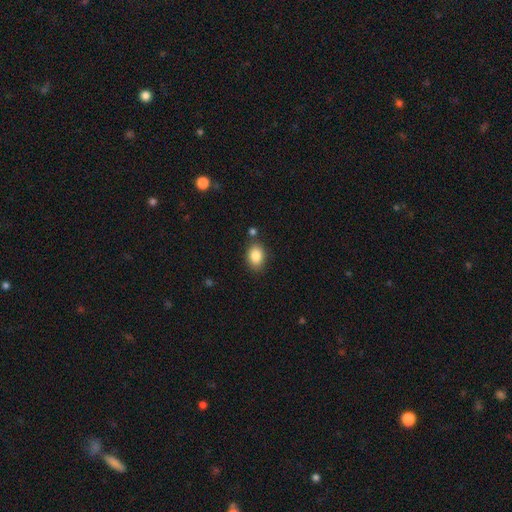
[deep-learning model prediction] A smooth galaxy with no disk features (86%) that is in between round and cigar-shaped (74%). Merging: none (80%).